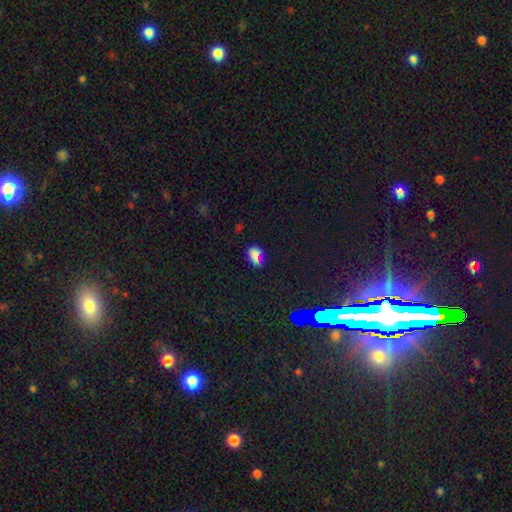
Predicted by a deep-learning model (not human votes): smooth-or-featured: smooth: 70% | star or artifact: 21% | featured or disk: 9%
  how-rounded: in between: 80% | round: 16% | cigar-shaped: 4%
  merging: none: 53% | minor disturbance: 29% | major disturbance: 10% | merger: 8%